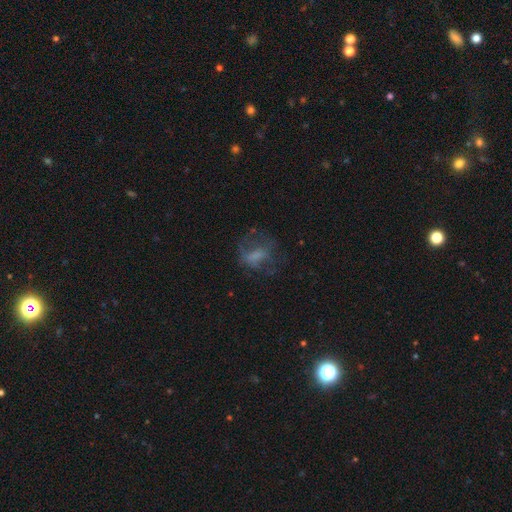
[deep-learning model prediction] A smooth galaxy with no disk features (44%).

Vote fractions:
- Smooth or featured? smooth: 44% / featured or disk: 40% / star or artifact: 16%
- Merging? none: 45% / major disturbance: 33% / minor disturbance: 20% / merger: 2%